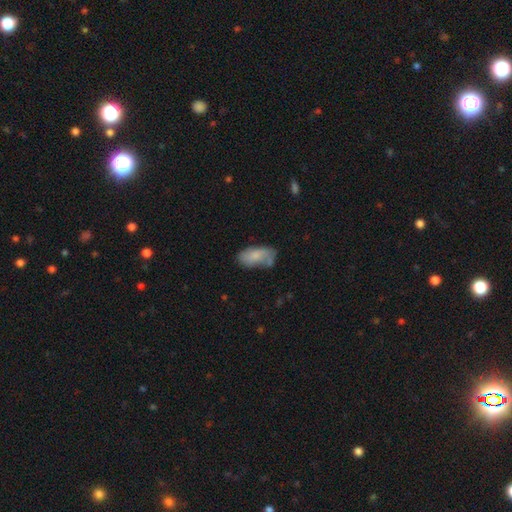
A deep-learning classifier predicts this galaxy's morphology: The model was most divided on "merging": none: 53%, minor disturbance: 29%, major disturbance: 10%, merger: 8%. More confident: how rounded — in between (91%); smooth or featured — smooth (72%).